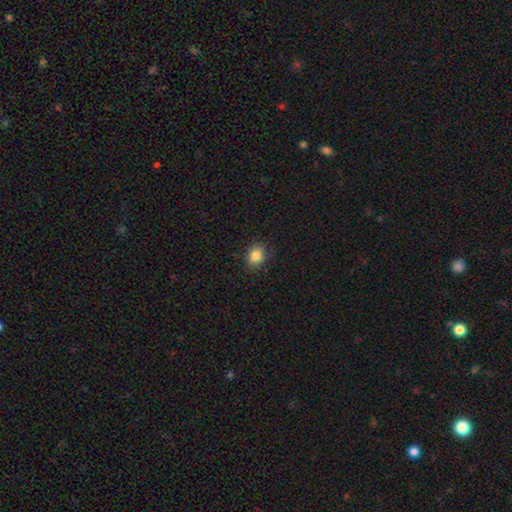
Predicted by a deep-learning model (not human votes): This is clearly a smooth galaxy (85%). How rounded: likely round (61%). Merging: clearly none (87%).